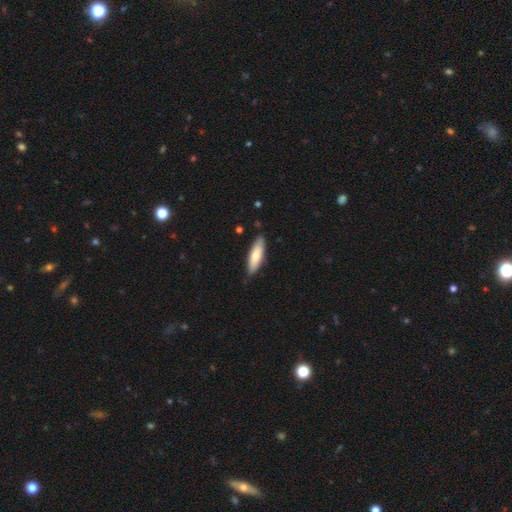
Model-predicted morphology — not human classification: Q: Smooth or featured?
A: smooth (71%); runner-up: featured or disk (24%)
Q: How rounded?
A: cigar-shaped (54%); runner-up: in between (44%)
Q: Merging?
A: none (82%); runner-up: minor disturbance (14%)